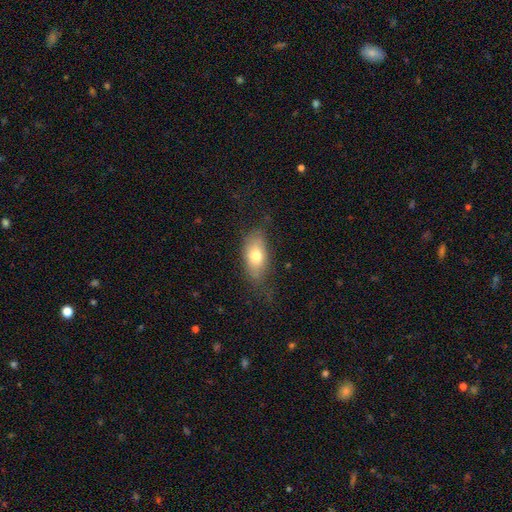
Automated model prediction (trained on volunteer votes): Morphology: type=smooth (73%); roundness=in between (88%); merging=none (66%).